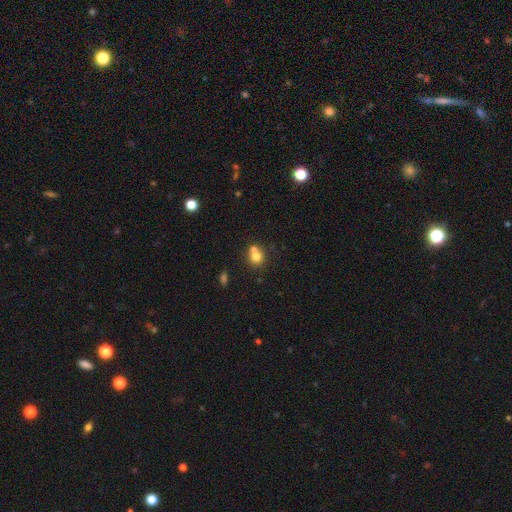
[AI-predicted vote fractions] A smooth galaxy with no disk features (75%) that is round (83%). Merging: none (47%).